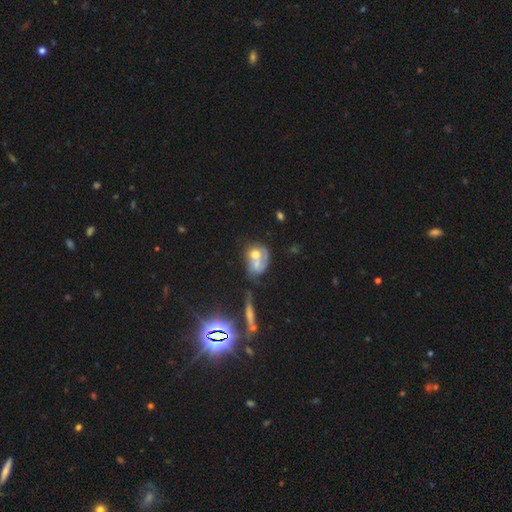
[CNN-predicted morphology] Smooth or featured? Predicted: featured or disk (p=0.45). Merging? Predicted: merger (p=0.52).